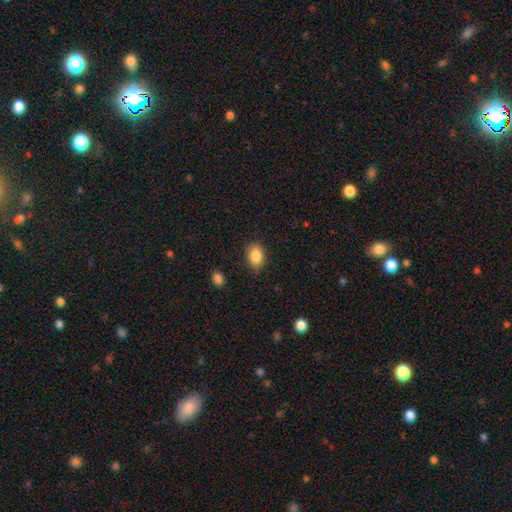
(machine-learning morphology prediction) type=smooth (86%); roundness=in between (74%); merging=none (77%).